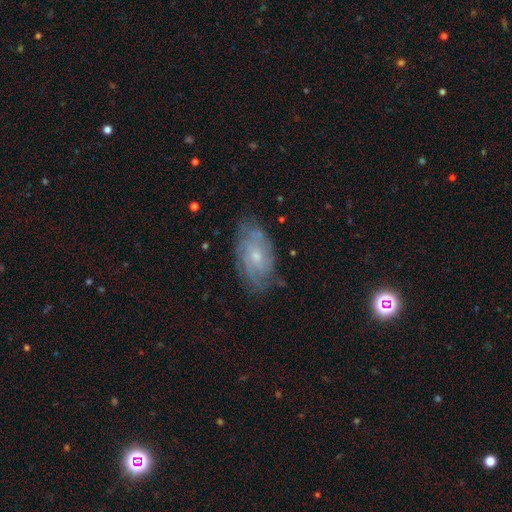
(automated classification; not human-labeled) featured or disk 69%, smooth 23%, star or artifact 8%. Down the decision tree: edge-on disk — no (94%); bar — no (70%); spiral arms — yes (86%); spiral arm count — can't tell (53%); spiral winding — tight (59%); bulge size — small (59%); merging — none (72%).